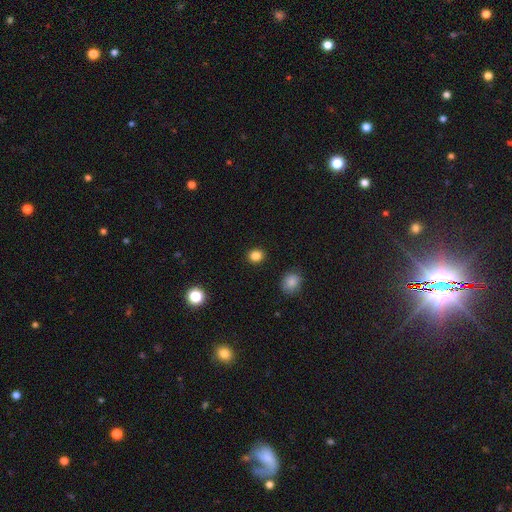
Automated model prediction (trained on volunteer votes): smooth 84%, star or artifact 12%, featured or disk 4%. Down the decision tree: how rounded — round (75%); merging — none (91%).